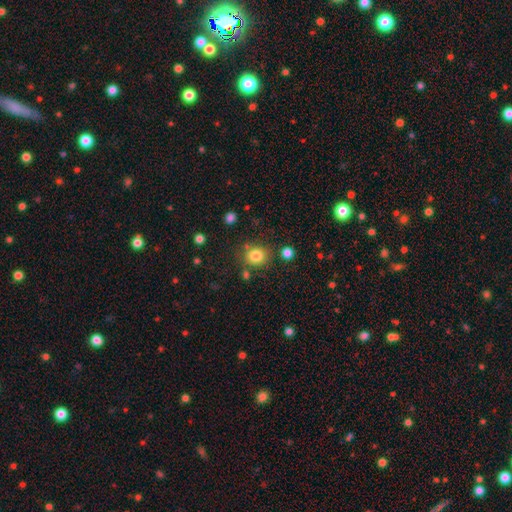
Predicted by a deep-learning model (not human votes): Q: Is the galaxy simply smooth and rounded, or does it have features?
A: smooth — 82%.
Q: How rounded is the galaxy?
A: round — 75%.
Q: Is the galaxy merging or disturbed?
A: none — 77%.